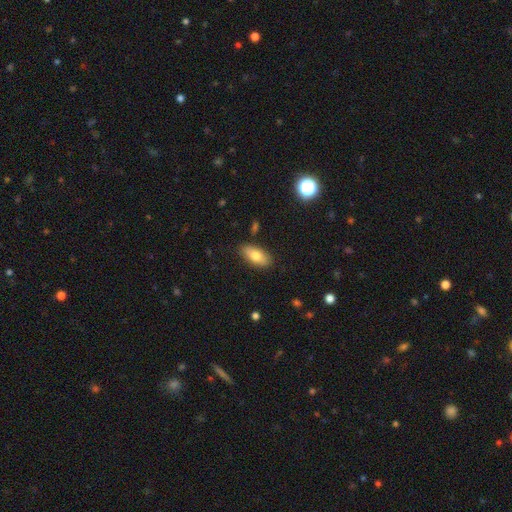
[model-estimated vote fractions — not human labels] A smooth galaxy with no disk features (77%) that is in between round and cigar-shaped (86%).

Vote fractions:
- Smooth or featured? smooth: 77% / featured or disk: 16% / star or artifact: 7%
- How rounded? in between: 86% / cigar-shaped: 10% / round: 4%
- Merging? none: 85% / minor disturbance: 11% / major disturbance: 2% / merger: 2%